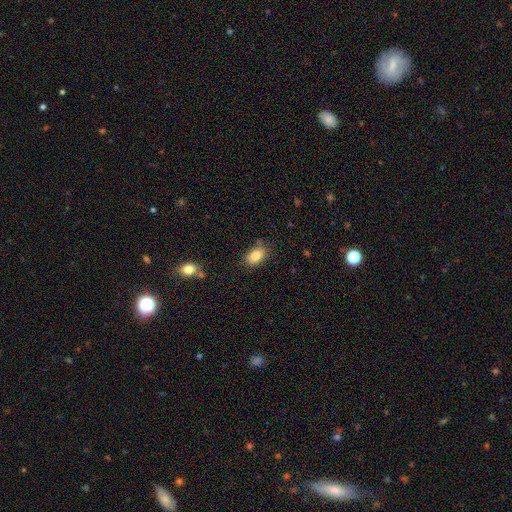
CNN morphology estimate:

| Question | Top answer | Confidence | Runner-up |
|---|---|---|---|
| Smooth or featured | smooth | 85% | star or artifact (9%) |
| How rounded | in between | 87% | round (11%) |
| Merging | none | 75% | minor disturbance (18%) |